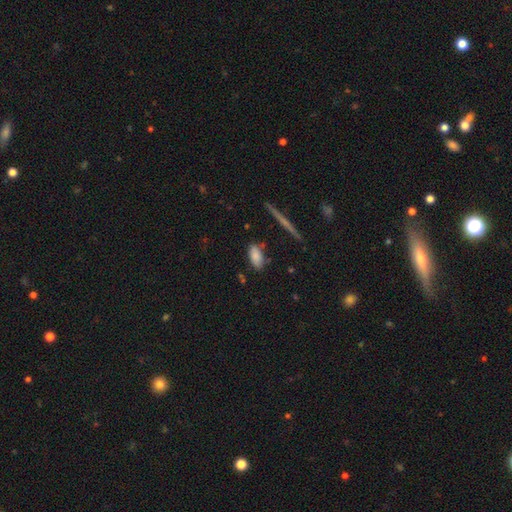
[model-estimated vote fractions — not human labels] Smooth or featured?
  - smooth: 83% *
  - featured or disk: 9%
  - star or artifact: 8%
How rounded?
  - in between: 89% *
  - cigar-shaped: 8%
  - round: 3%
Merging?
  - none: 74% *
  - minor disturbance: 18%
  - merger: 5%
  - major disturbance: 4%